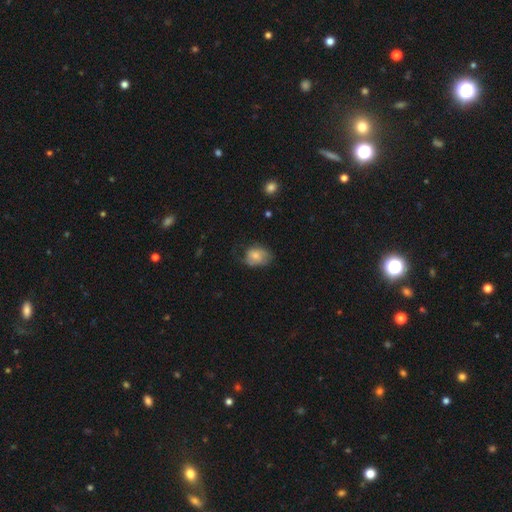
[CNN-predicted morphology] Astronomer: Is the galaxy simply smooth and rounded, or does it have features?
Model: smooth — 70%.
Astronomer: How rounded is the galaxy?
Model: in between — 66%.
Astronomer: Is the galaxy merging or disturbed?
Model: none — 50% (runner-up: minor disturbance, 33%).